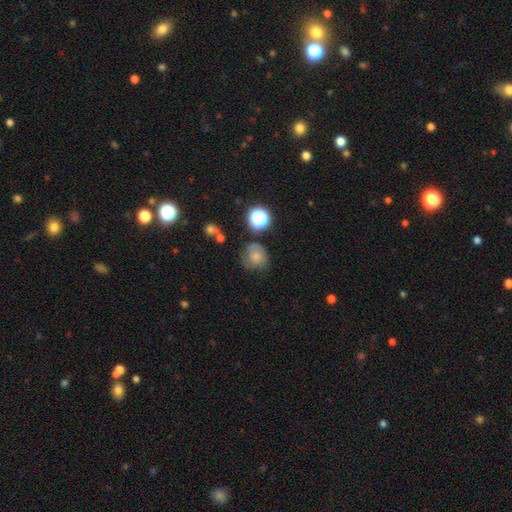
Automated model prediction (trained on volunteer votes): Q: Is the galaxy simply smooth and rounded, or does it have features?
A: smooth — 63%.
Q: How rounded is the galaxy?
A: round — 79%.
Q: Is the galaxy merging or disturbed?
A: none — 58%.